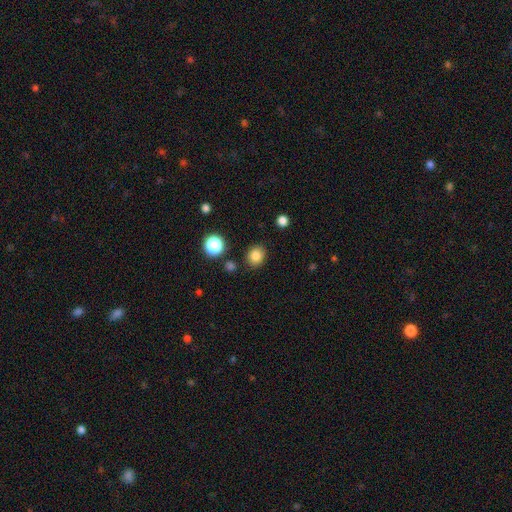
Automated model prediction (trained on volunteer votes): Smooth or featured?
  - smooth: 83% *
  - star or artifact: 12%
  - featured or disk: 5%
How rounded?
  - round: 70% *
  - in between: 29%
  - cigar-shaped: 1%
Merging?
  - none: 86% *
  - minor disturbance: 9%
  - merger: 3%
  - major disturbance: 3%